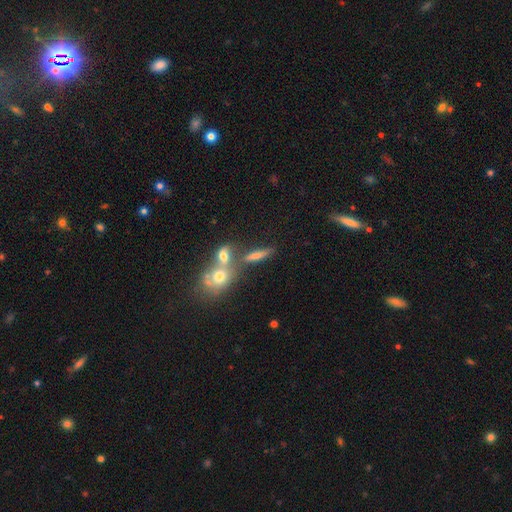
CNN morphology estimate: Smooth or featured? smooth (53%)
How rounded? cigar-shaped (55%)
Merging? none (53%)